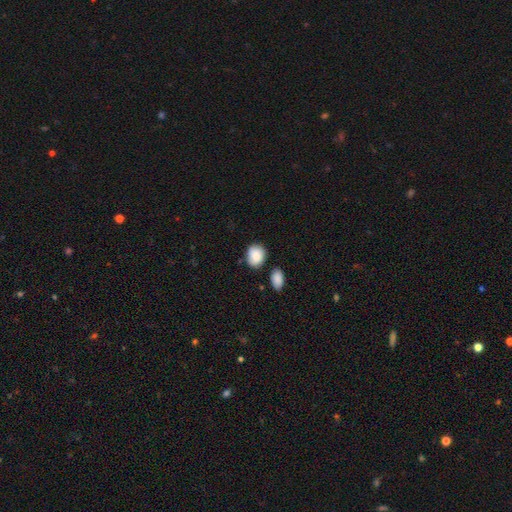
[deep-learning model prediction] A smooth galaxy with no disk features (86%) that is round (53%).

Vote fractions:
- Smooth or featured? smooth: 86% / star or artifact: 7% / featured or disk: 7%
- How rounded? round: 53% / in between: 46% / cigar-shaped: 1%
- Merging? none: 73% / minor disturbance: 16% / merger: 7% / major disturbance: 3%